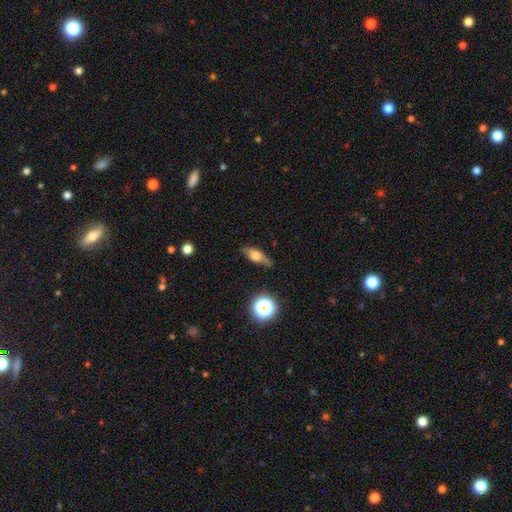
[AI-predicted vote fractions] Smooth or featured: smooth — 57% (featured or disk — 31%)
How rounded: in between — 63% (cigar-shaped — 27%)
Merging: none — 66% (minor disturbance — 25%)